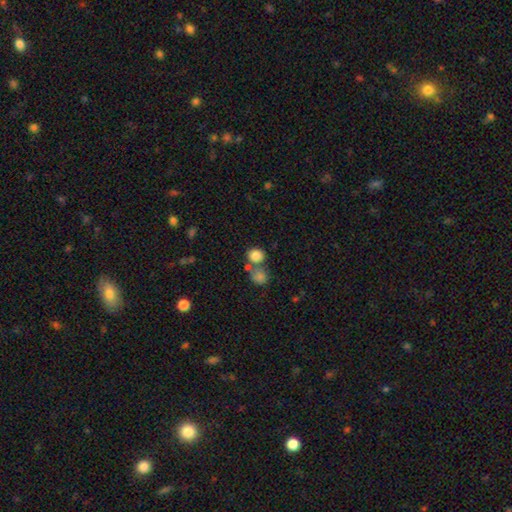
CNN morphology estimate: A smooth galaxy with no disk features (82%) that is round (80%). Merging: none (54%).